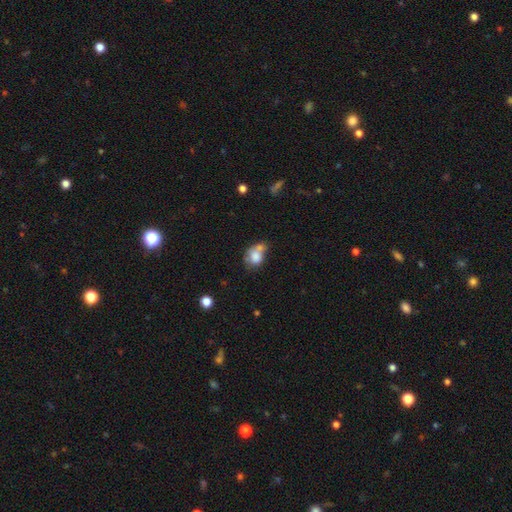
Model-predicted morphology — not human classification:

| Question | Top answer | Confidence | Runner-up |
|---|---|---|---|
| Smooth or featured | smooth | 72% | featured or disk (18%) |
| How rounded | in between | 59% | round (39%) |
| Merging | merger | 44% | none (26%) |